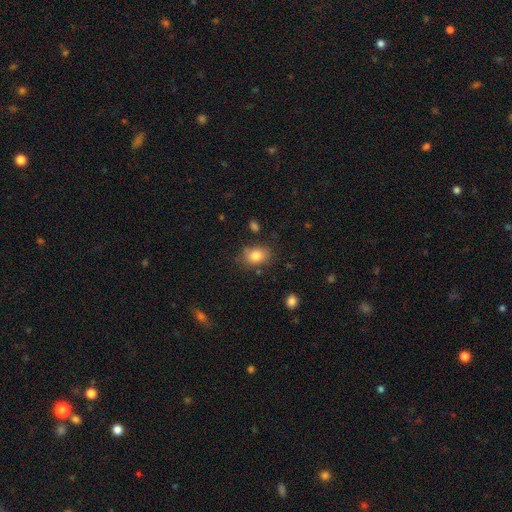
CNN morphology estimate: Overall: smooth (82%). How rounded: in between (70%). Merging: none (77%).